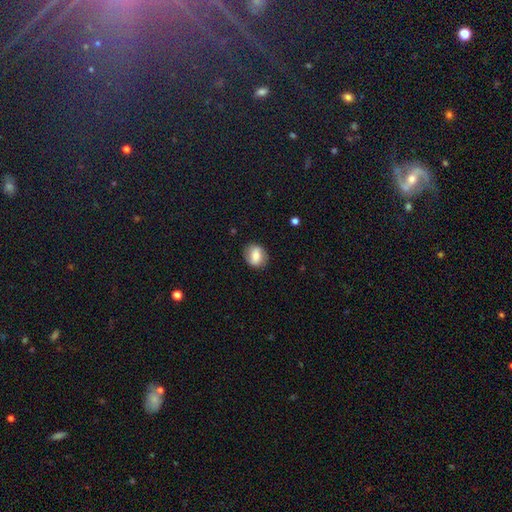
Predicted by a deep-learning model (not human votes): A smooth galaxy with no disk features (66%) that is round (60%). Merging: none (84%).